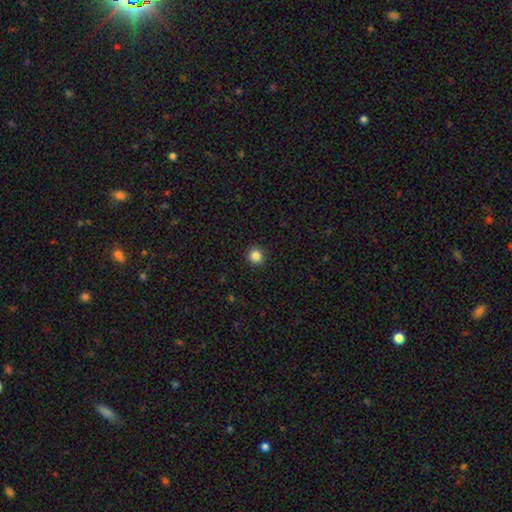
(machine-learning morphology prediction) smooth 85%, star or artifact 11%, featured or disk 4%. Down the decision tree: how rounded — round (94%); merging — none (93%).